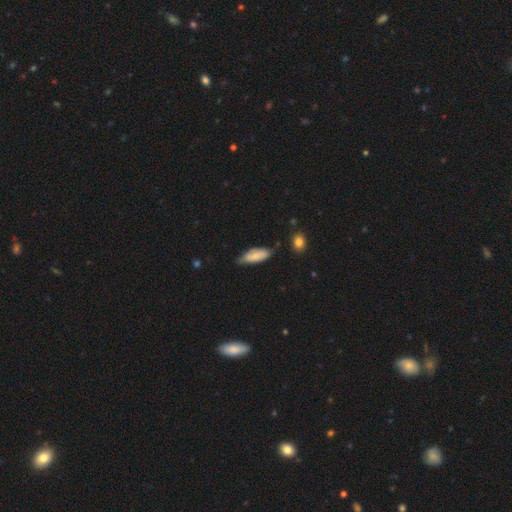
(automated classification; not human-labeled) smooth_or_featured: smooth (p=0.78) [alt: featured or disk p=0.16]
how_rounded: in between (p=0.73) [alt: cigar-shaped p=0.25]
merging: none (p=0.59) [alt: minor disturbance p=0.33]